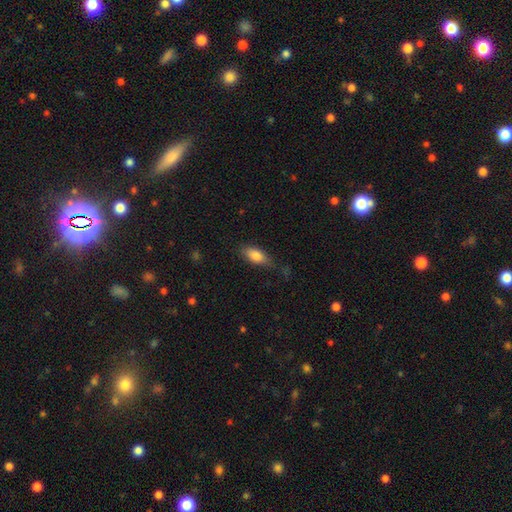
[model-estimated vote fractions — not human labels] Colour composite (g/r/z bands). It shows a smooth galaxy with no disk features (81%) that is in between round and cigar-shaped (83%). Merging: none (66%).